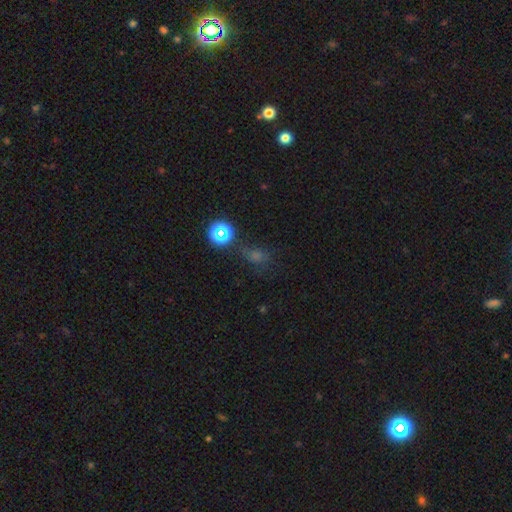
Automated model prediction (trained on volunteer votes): Q: Smooth or featured?
A: smooth (47%); runner-up: star or artifact (38%)
Q: Merging?
A: none (65%); runner-up: minor disturbance (16%)